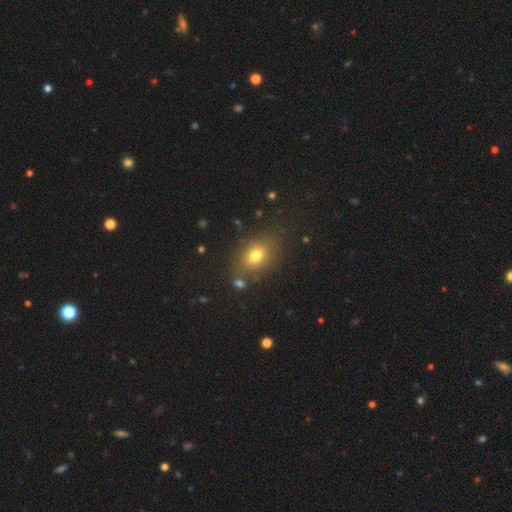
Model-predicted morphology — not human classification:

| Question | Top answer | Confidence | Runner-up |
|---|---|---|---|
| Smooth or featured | smooth | 74% | star or artifact (14%) |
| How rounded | in between | 68% | round (30%) |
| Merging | none | 77% | minor disturbance (13%) |